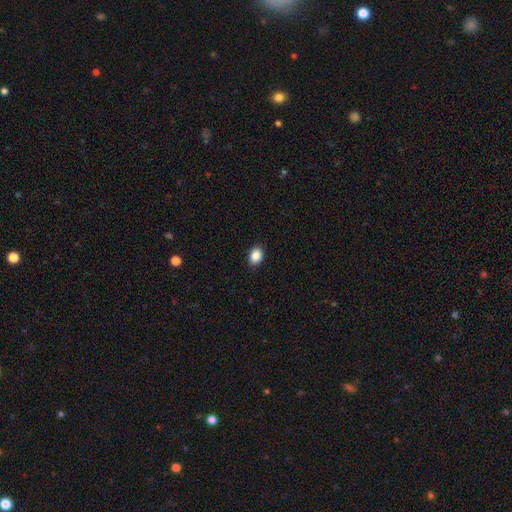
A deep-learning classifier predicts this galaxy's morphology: smooth_or_featured: smooth (p=0.89) [alt: star or artifact p=0.08]
how_rounded: in between (p=0.66) [alt: round p=0.33]
merging: none (p=0.90) [alt: minor disturbance p=0.07]